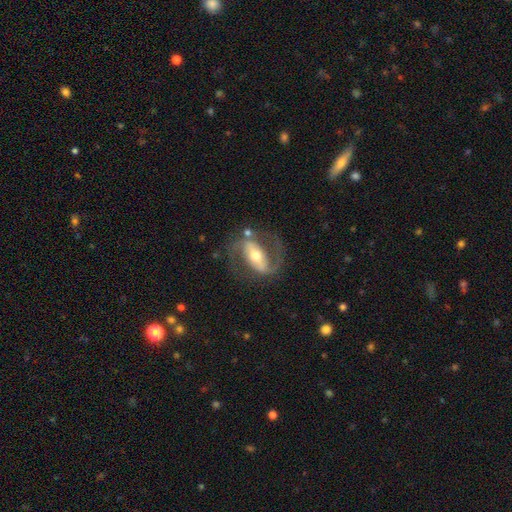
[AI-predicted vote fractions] Morphology: type=featured or disk (83%); edge-on=no (94%); bar=strong (54%); spiral arms=yes (89%); winding=medium (52%); arm count=2 (87%); bulge=moderate (67%); merging=none (67%).